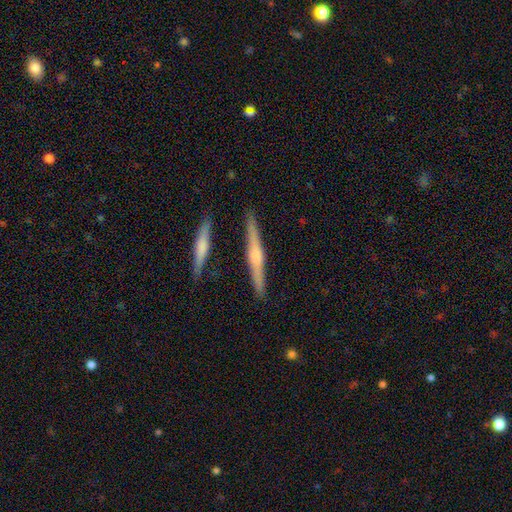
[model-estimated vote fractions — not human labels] Smooth or featured? featured or disk (70%)
Edge-on disk? yes (98%)
Edge-on bulge? rounded (74%)
Merging? none (87%)